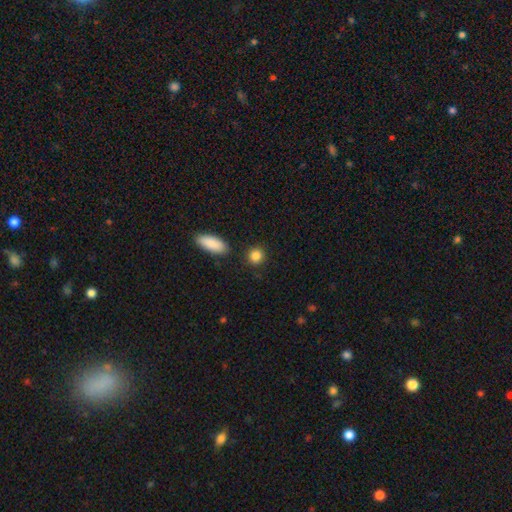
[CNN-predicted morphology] Smooth or featured?
  - smooth: 87% *
  - star or artifact: 8%
  - featured or disk: 4%
How rounded?
  - round: 77% *
  - in between: 21%
  - cigar-shaped: 2%
Merging?
  - none: 86% *
  - minor disturbance: 8%
  - merger: 4%
  - major disturbance: 2%